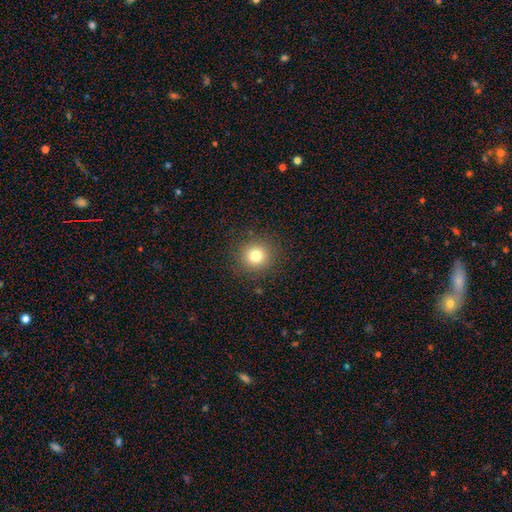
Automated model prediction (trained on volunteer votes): The model was most divided on "smooth or featured": smooth: 79%, star or artifact: 13%, featured or disk: 8%. More confident: how rounded — round (94%); merging — none (89%).